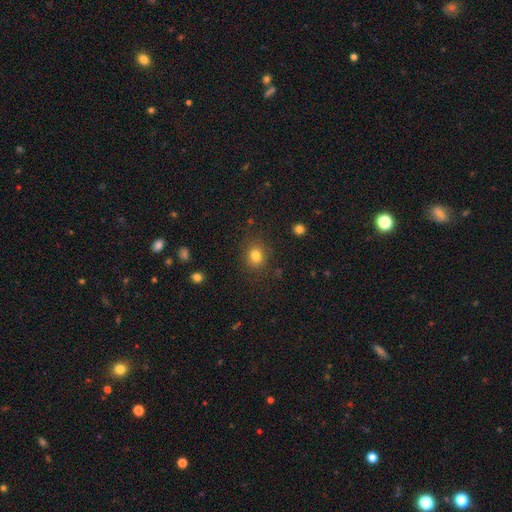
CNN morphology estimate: smooth 81%, star or artifact 13%, featured or disk 6%. Down the decision tree: how rounded — round (70%); merging — none (84%).